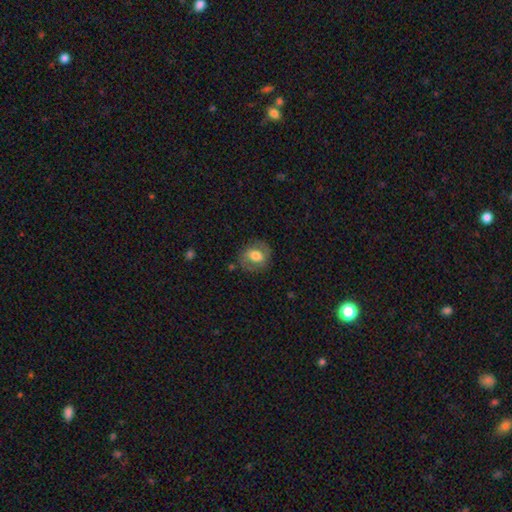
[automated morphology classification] This is possibly a smooth galaxy (55%). How rounded: possibly round (56%). Merging: likely none (76%).